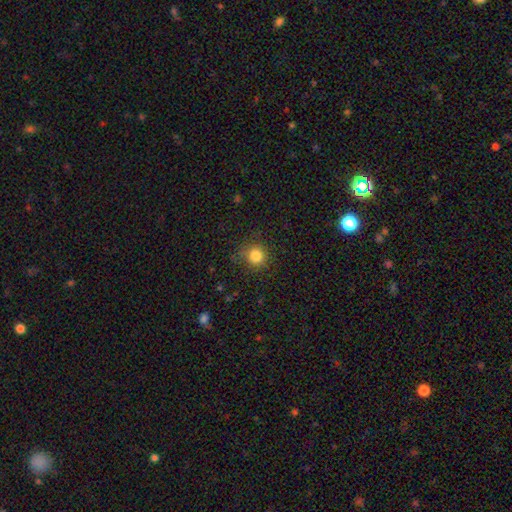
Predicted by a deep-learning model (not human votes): Smooth or featured? Predicted: smooth (p=0.83). How rounded? Predicted: round (p=0.92). Merging? Predicted: none (p=0.82).